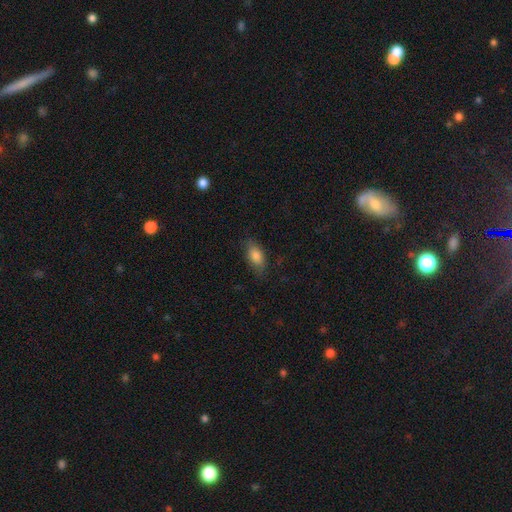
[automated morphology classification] Smooth or featured? smooth (83%)
How rounded? in between (88%)
Merging? none (79%)